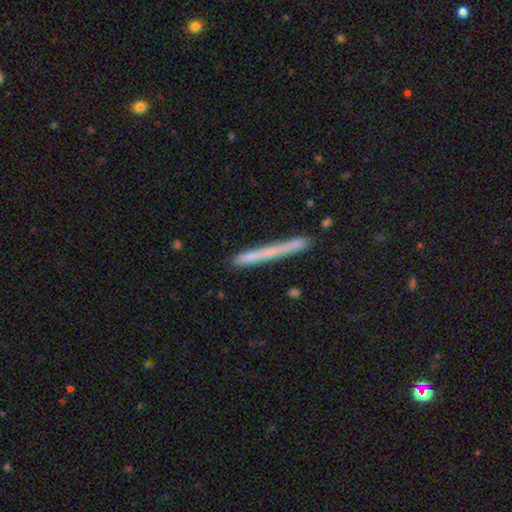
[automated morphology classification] A smooth galaxy with no disk features (62%) that is cigar-shaped (97%).

Vote fractions:
- Smooth or featured? smooth: 62% / featured or disk: 31% / star or artifact: 7%
- How rounded? cigar-shaped: 97% / in between: 2% / round: 1%
- Merging? none: 78% / minor disturbance: 15% / merger: 4% / major disturbance: 3%